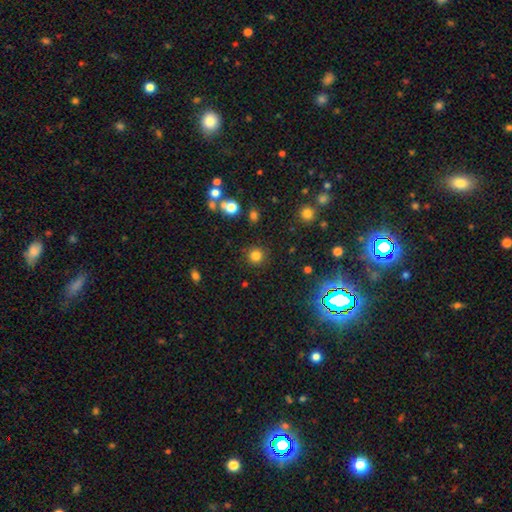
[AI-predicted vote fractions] smooth_or_featured: smooth (p=0.81) [alt: star or artifact p=0.14]
how_rounded: round (p=0.94) [alt: in between p=0.05]
merging: none (p=0.89) [alt: minor disturbance p=0.06]